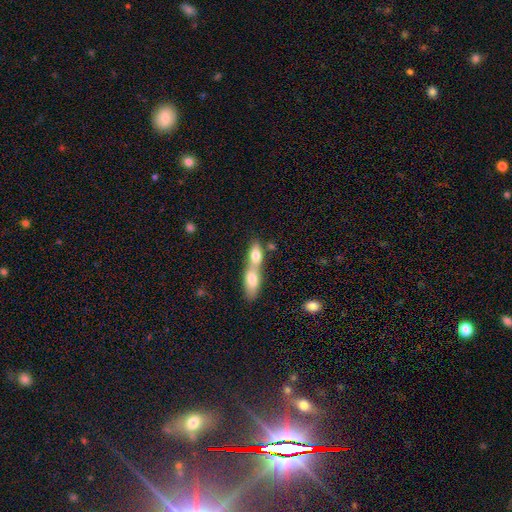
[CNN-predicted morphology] Smooth or featured? Predicted: smooth (p=0.75). How rounded? Predicted: in between (p=0.71). Merging? Predicted: merger (p=0.76).